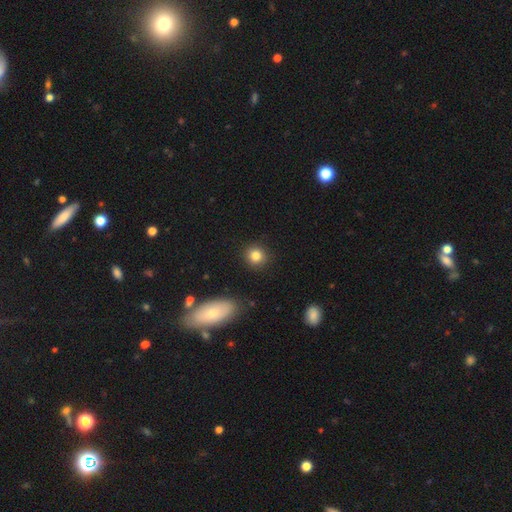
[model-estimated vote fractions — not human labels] A smooth galaxy with no disk features (83%) that is round (90%).

Vote fractions:
- Smooth or featured? smooth: 83% / star or artifact: 10% / featured or disk: 6%
- How rounded? round: 90% / in between: 9% / cigar-shaped: 1%
- Merging? none: 90% / minor disturbance: 7% / major disturbance: 2% / merger: 2%